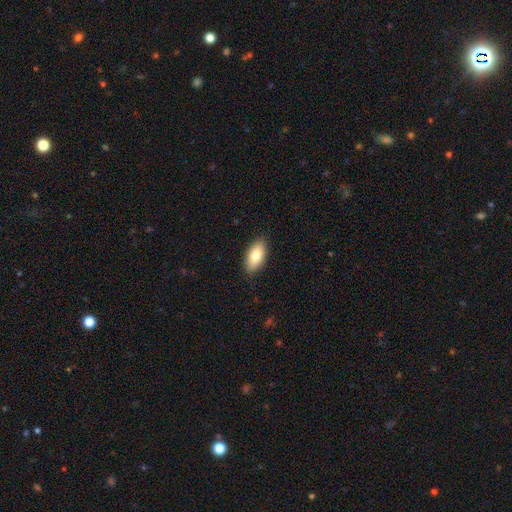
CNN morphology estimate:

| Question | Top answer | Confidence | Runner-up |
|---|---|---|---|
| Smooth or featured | smooth | 80% | featured or disk (13%) |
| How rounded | in between | 92% | cigar-shaped (6%) |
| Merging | none | 88% | minor disturbance (9%) |